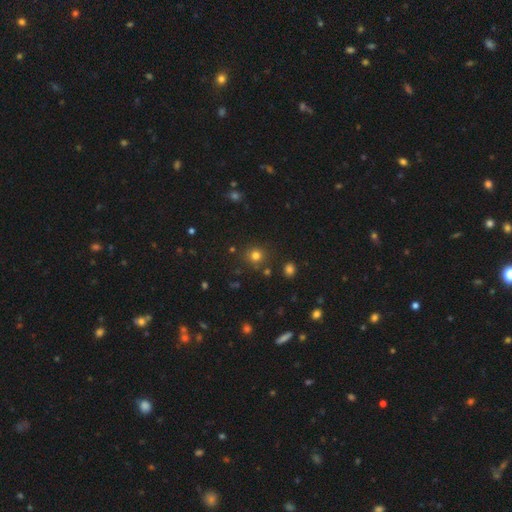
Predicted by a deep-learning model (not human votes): Q: Smooth or featured?
A: smooth (77%); runner-up: star or artifact (17%)
Q: How rounded?
A: round (89%); runner-up: in between (10%)
Q: Merging?
A: none (84%); runner-up: minor disturbance (8%)